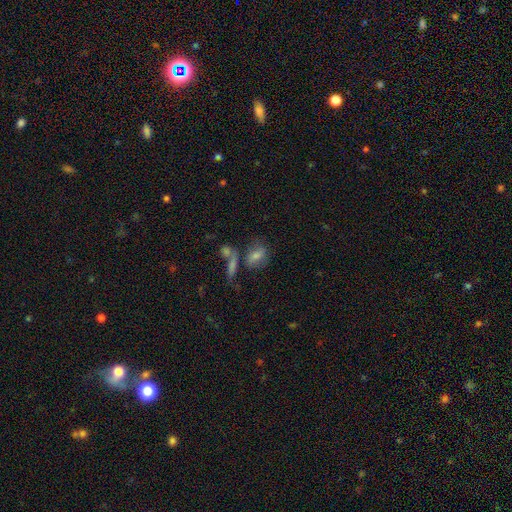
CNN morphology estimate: smooth-or-featured: smooth: 51% | featured or disk: 30% | star or artifact: 18%
  how-rounded: in between: 70% | round: 24% | cigar-shaped: 6%
  merging: none: 48% | merger: 24% | minor disturbance: 16% | major disturbance: 12%